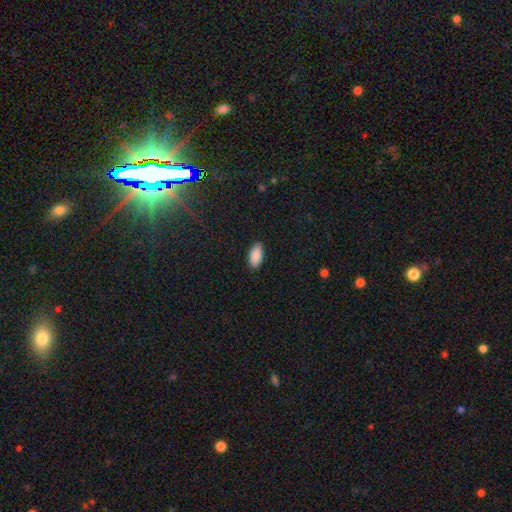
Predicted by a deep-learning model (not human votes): Overall: smooth (90%). How rounded: in between (93%). Merging: none (88%).